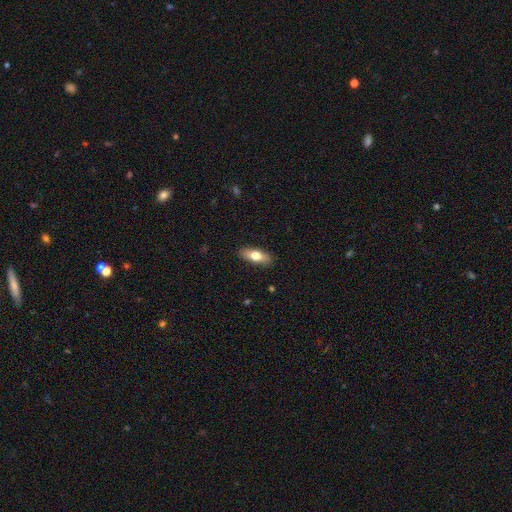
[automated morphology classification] The model was most divided on "smooth or featured": smooth: 71%, featured or disk: 23%, star or artifact: 6%. More confident: merging — none (88%); how rounded — in between (75%).